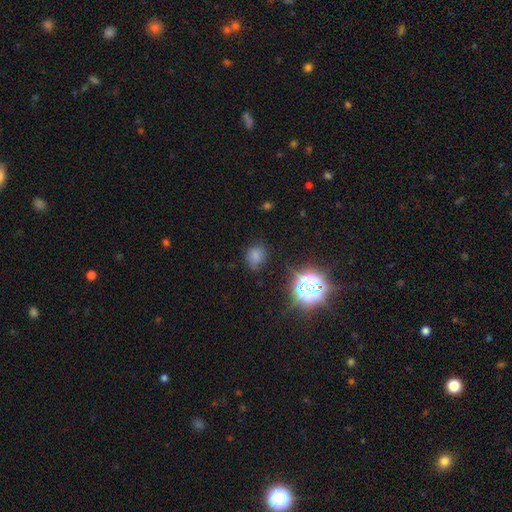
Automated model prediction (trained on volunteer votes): A smooth galaxy with no disk features (69%) that is round (58%).

Vote fractions:
- Smooth or featured? smooth: 69% / star or artifact: 24% / featured or disk: 7%
- How rounded? round: 58% / in between: 40% / cigar-shaped: 1%
- Merging? none: 75% / minor disturbance: 17% / major disturbance: 5% / merger: 2%